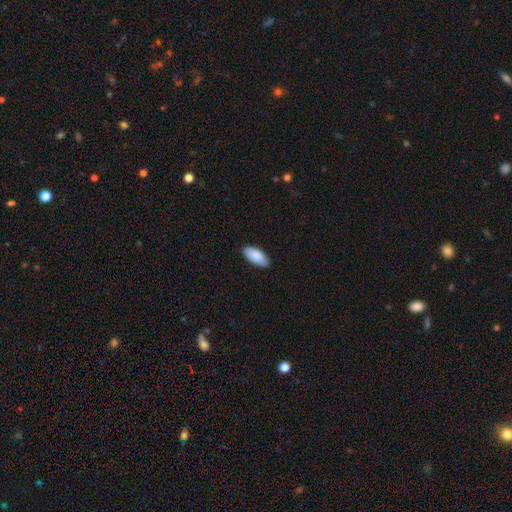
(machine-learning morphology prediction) smooth 89%, featured or disk 6%, star or artifact 5%. Down the decision tree: how rounded — in between (90%); merging — none (88%).